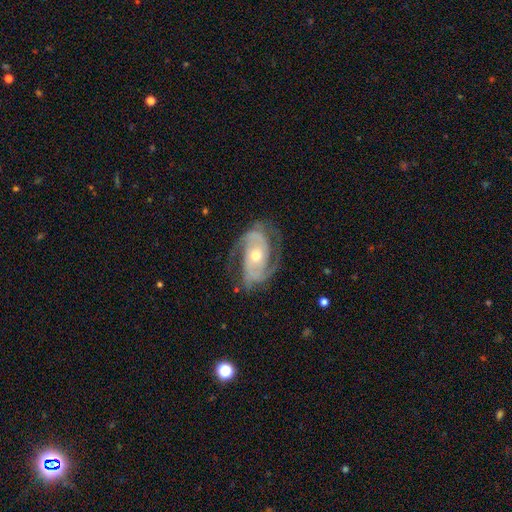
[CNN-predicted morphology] This appears to be a featured or disk galaxy (89%) with no bar (61%), 2 (71%) medium (46%) spiral arms (96%) and a moderate central bulge (63%). Merging: none (69%).